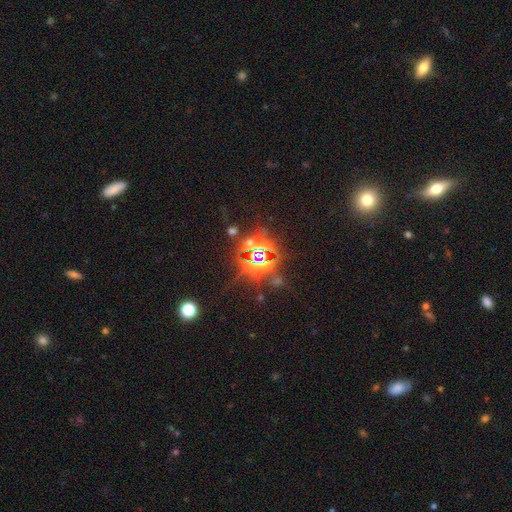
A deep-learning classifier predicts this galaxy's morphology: Smooth or featured: star or artifact — 82% (smooth — 10%)